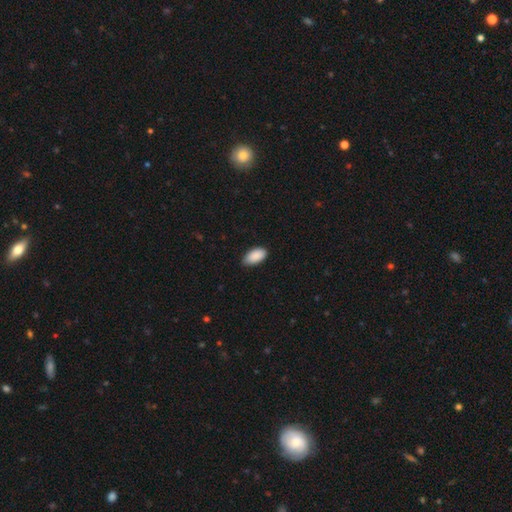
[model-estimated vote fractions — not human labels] This is clearly a smooth galaxy (90%). How rounded: clearly in between (95%). Merging: likely none (79%).